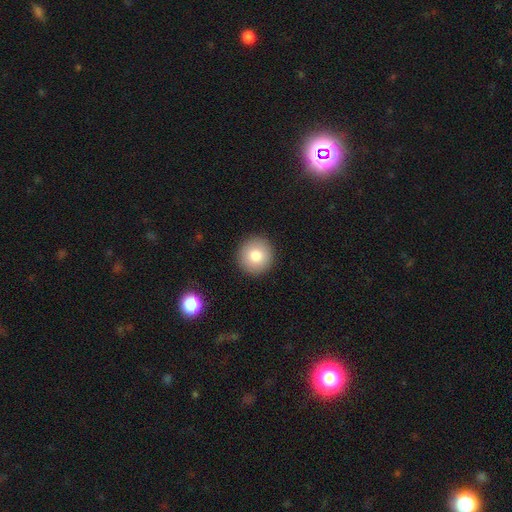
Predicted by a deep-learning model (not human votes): Overall: smooth (81%). How rounded: round (94%). Merging: none (92%).